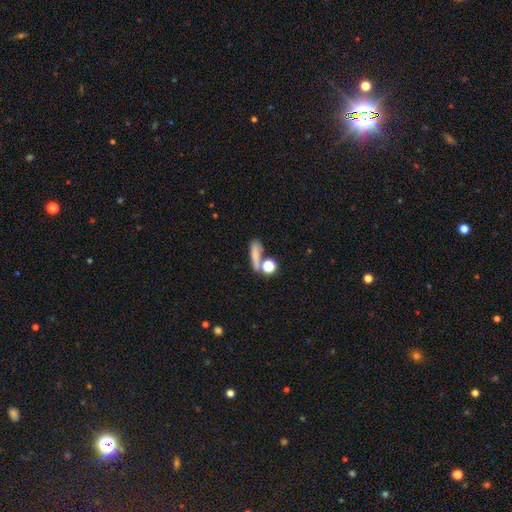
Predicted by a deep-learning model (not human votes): A smooth galaxy with no disk features (71%) that is cigar-shaped (46%).

Vote fractions:
- Smooth or featured? smooth: 71% / star or artifact: 15% / featured or disk: 15%
- How rounded? cigar-shaped: 46% / in between: 33% / round: 21%
- Merging? none: 50% / merger: 27% / minor disturbance: 14% / major disturbance: 10%